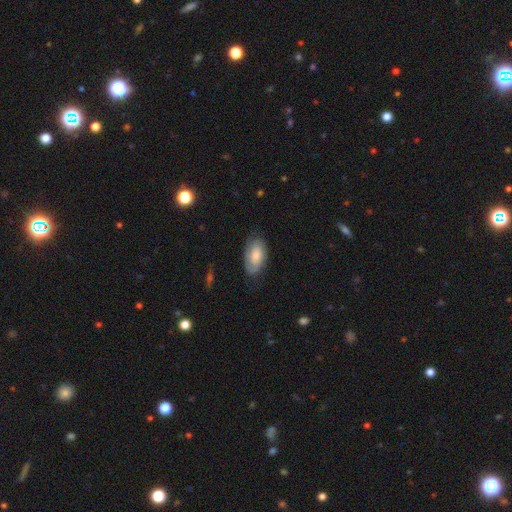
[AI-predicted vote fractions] Overall: smooth (52%; featured or disk 42%). How rounded: in between (93%). Merging: none (71%).